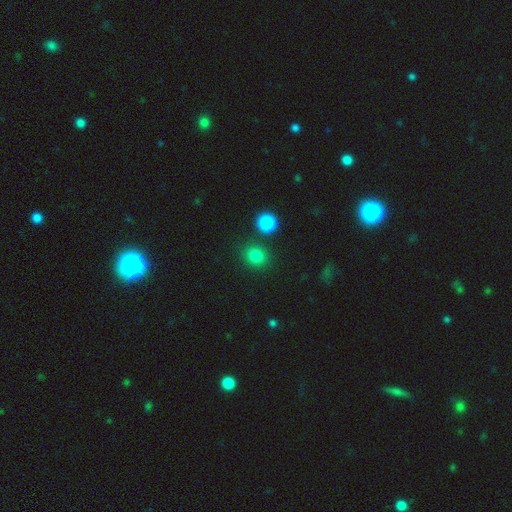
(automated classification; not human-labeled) A smooth galaxy with no disk features (82%) that is round (78%). Merging: none (82%).